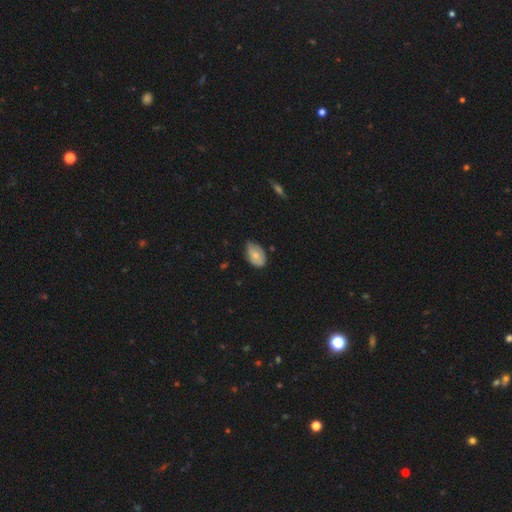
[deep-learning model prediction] A smooth galaxy with no disk features (73%) that is in between round and cigar-shaped (90%).

Vote fractions:
- Smooth or featured? smooth: 73% / featured or disk: 20% / star or artifact: 7%
- How rounded? in between: 90% / round: 9% / cigar-shaped: 1%
- Merging? none: 51% / minor disturbance: 42% / major disturbance: 6% / merger: 2%